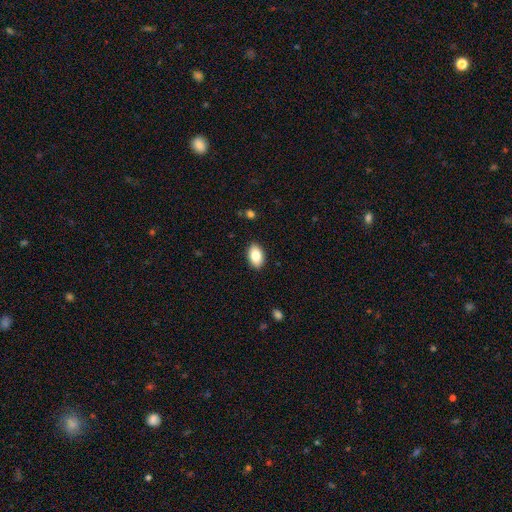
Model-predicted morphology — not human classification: Q: Smooth or featured?
A: smooth (83%); runner-up: featured or disk (9%)
Q: How rounded?
A: in between (92%); runner-up: round (7%)
Q: Merging?
A: none (89%); runner-up: minor disturbance (8%)